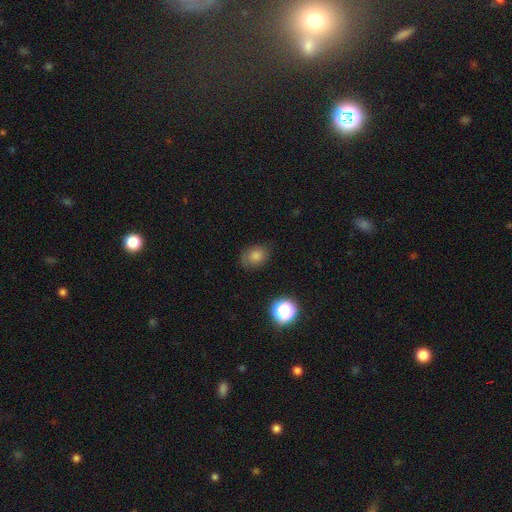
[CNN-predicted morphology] type=smooth (76%); roundness=in between (62%); merging=none (77%).